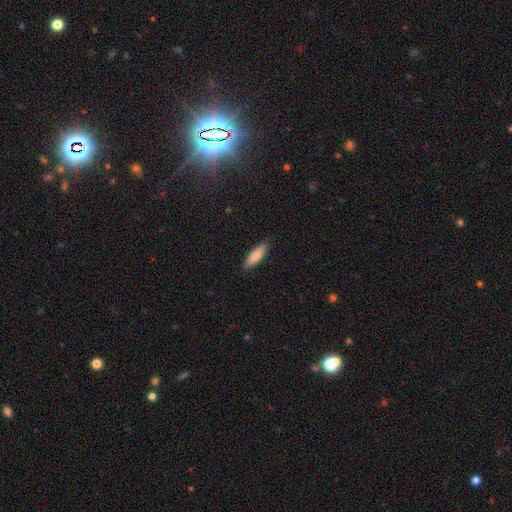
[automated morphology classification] Overall: smooth (84%). How rounded: in between (52%; cigar-shaped 46%). Merging: none (87%).